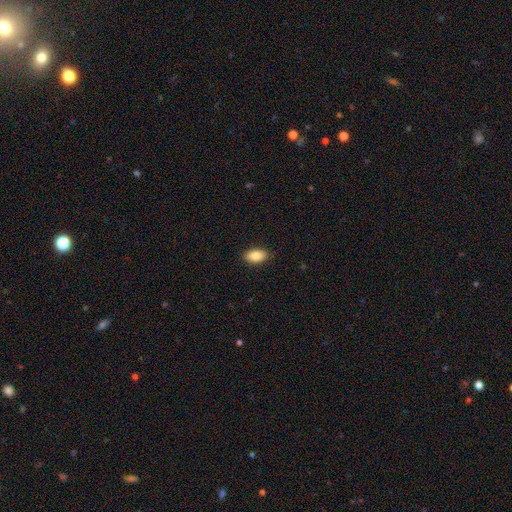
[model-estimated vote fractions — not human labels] A smooth galaxy with no disk features (87%) that is in between round and cigar-shaped (93%). Merging: none (88%).